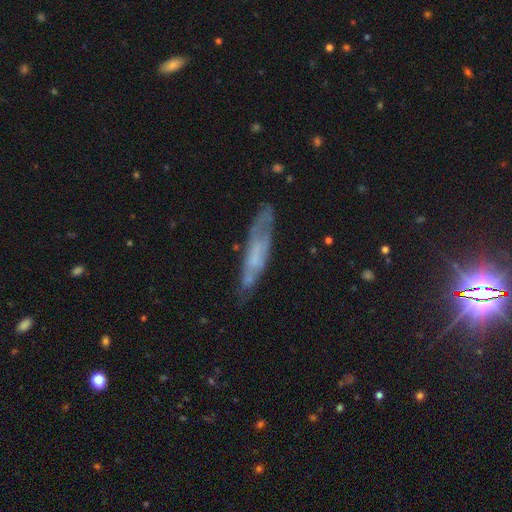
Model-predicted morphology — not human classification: featured or disk 51%, smooth 41%, star or artifact 8%. Down the decision tree: edge-on disk — yes (54%); merging — none (65%).